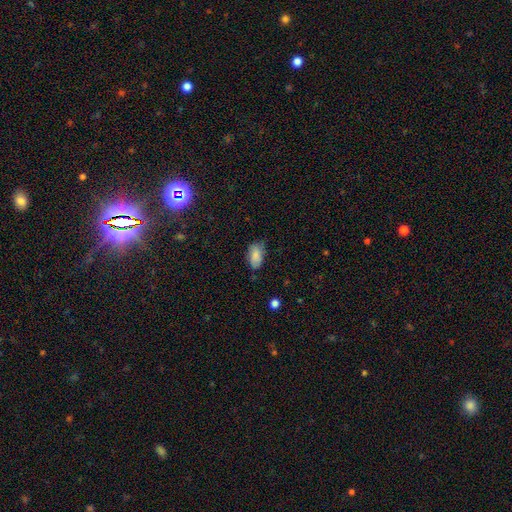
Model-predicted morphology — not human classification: A smooth galaxy with no disk features (85%) that is in between round and cigar-shaped (93%).

Vote fractions:
- Smooth or featured? smooth: 85% / featured or disk: 8% / star or artifact: 7%
- How rounded? in between: 93% / round: 4% / cigar-shaped: 3%
- Merging? none: 65% / minor disturbance: 28% / major disturbance: 5% / merger: 2%